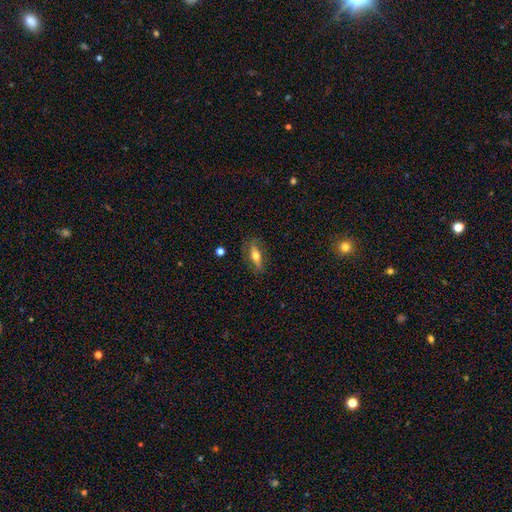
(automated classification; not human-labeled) Q: Smooth or featured?
A: smooth (51%); runner-up: featured or disk (42%)
Q: How rounded?
A: in between (54%); runner-up: cigar-shaped (42%)
Q: Merging?
A: none (78%); runner-up: minor disturbance (15%)